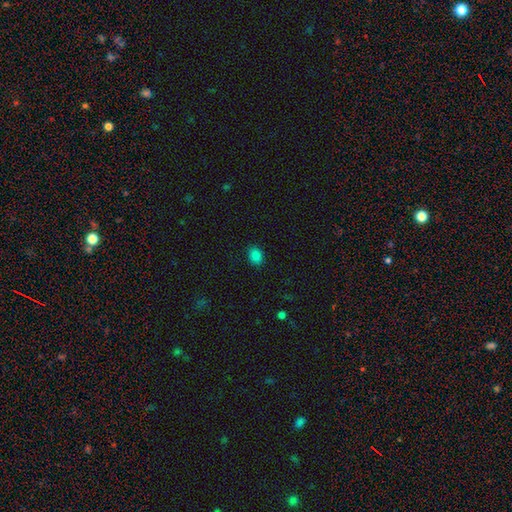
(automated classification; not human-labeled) smooth-or-featured: smooth: 84% | star or artifact: 13% | featured or disk: 3%
  how-rounded: in between: 63% | round: 36% | cigar-shaped: 1%
  merging: none: 87% | minor disturbance: 9% | major disturbance: 2% | merger: 1%